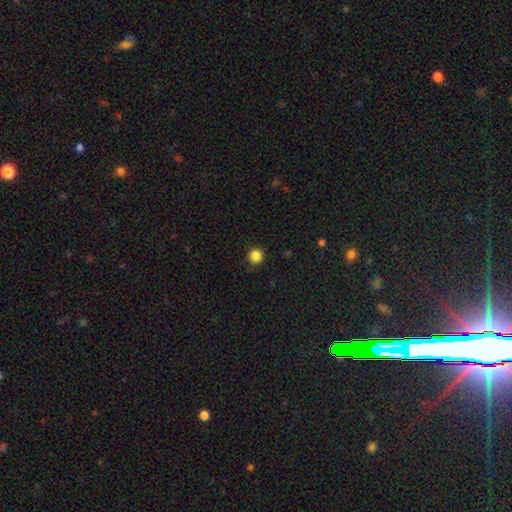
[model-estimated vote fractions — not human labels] A smooth galaxy with no disk features (85%) that is round (95%).

Vote fractions:
- Smooth or featured? smooth: 85% / star or artifact: 12% / featured or disk: 3%
- How rounded? round: 95% / in between: 4% / cigar-shaped: 1%
- Merging? none: 91% / minor disturbance: 6% / major disturbance: 2% / merger: 1%